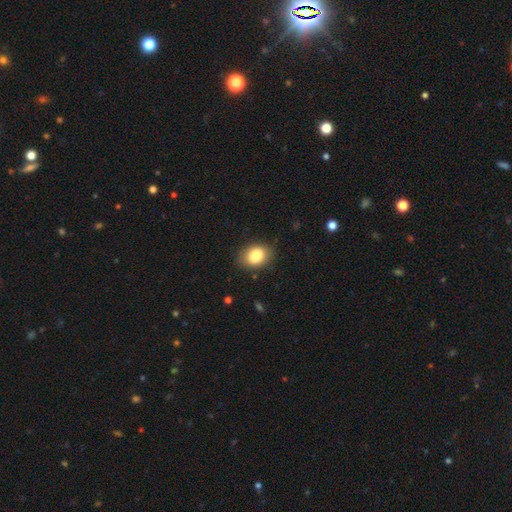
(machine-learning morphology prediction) smooth-or-featured: smooth: 83% | featured or disk: 8% | star or artifact: 8%
  how-rounded: in between: 69% | round: 30% | cigar-shaped: 1%
  merging: none: 84% | minor disturbance: 12% | major disturbance: 3% | merger: 1%